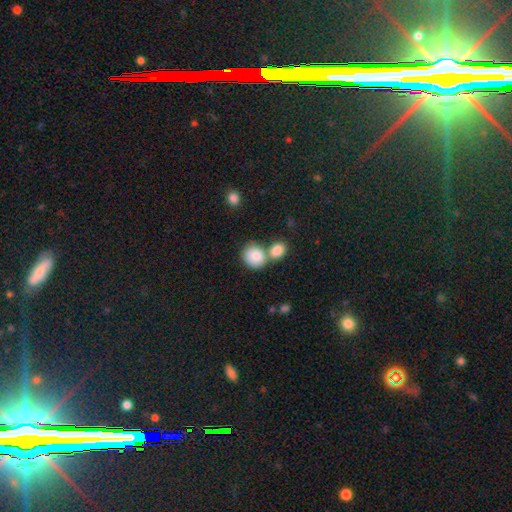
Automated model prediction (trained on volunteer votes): Smooth or featured?
  - smooth: 83% *
  - featured or disk: 9%
  - star or artifact: 8%
How rounded?
  - round: 75% *
  - in between: 24%
  - cigar-shaped: 1%
Merging?
  - none: 45% *
  - merger: 42%
  - minor disturbance: 9%
  - major disturbance: 3%